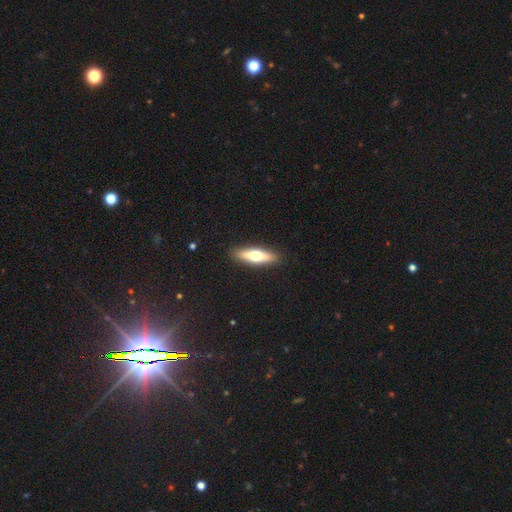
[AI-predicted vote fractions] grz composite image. It shows a smooth galaxy with no disk features (54%) that is cigar-shaped (65%). Merging: none (90%).